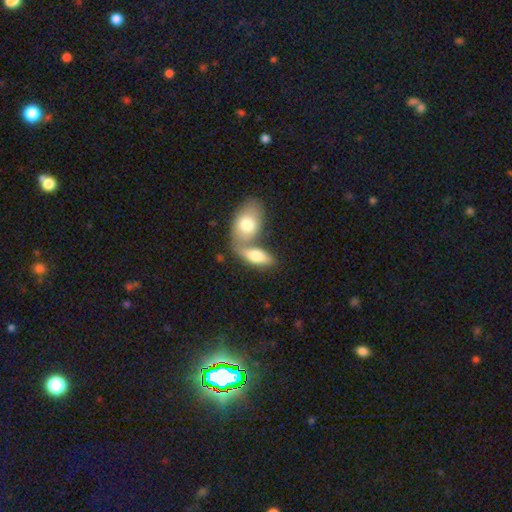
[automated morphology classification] This is likely a smooth galaxy (70%). How rounded: clearly in between (86%). Merging: possibly merger (59%).